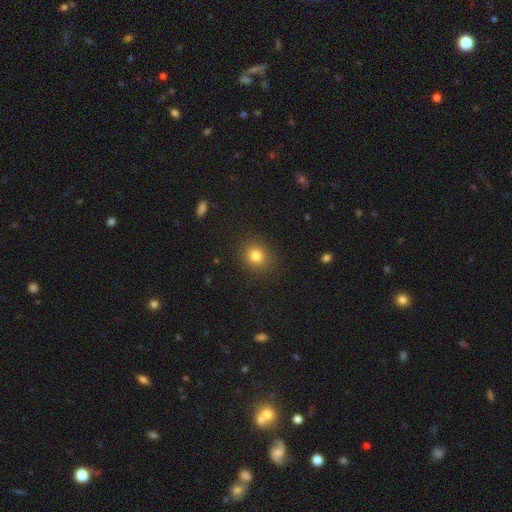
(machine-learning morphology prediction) smooth 80%, star or artifact 13%, featured or disk 7%. Down the decision tree: how rounded — round (76%); merging — none (88%).